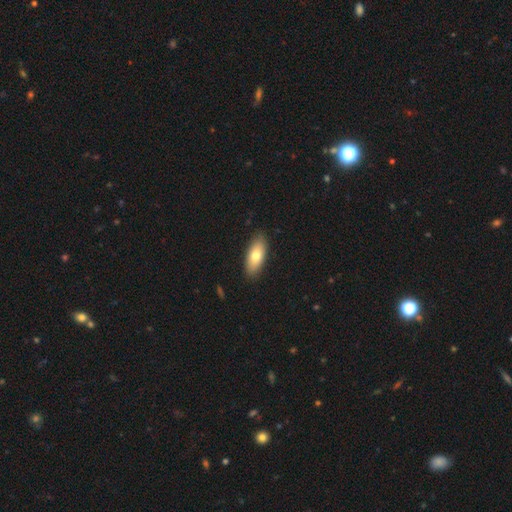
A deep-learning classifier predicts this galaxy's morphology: type=smooth (74%); roundness=in between (83%); merging=none (88%).